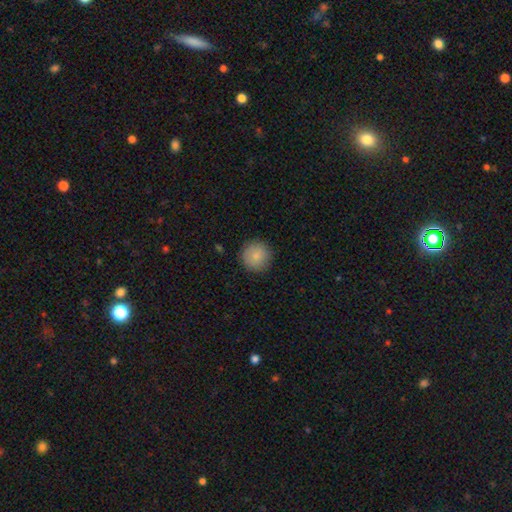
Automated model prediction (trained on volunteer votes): Smooth or featured: smooth — 86% (star or artifact — 7%)
How rounded: round — 95% (in between — 4%)
Merging: none — 90% (minor disturbance — 7%)